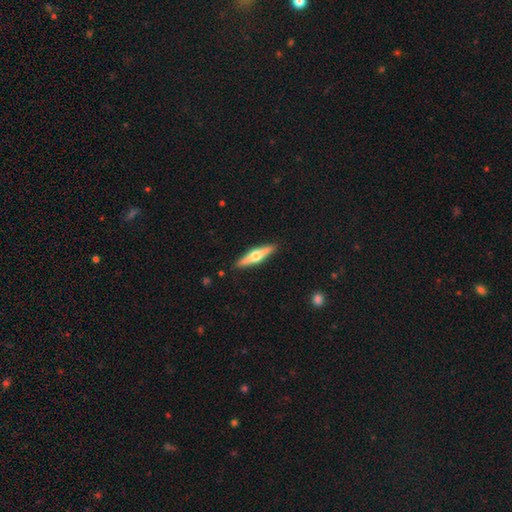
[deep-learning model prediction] Smooth or featured? featured or disk (65%)
Edge-on disk? yes (97%)
Edge-on bulge? rounded (95%)
Merging? none (91%)